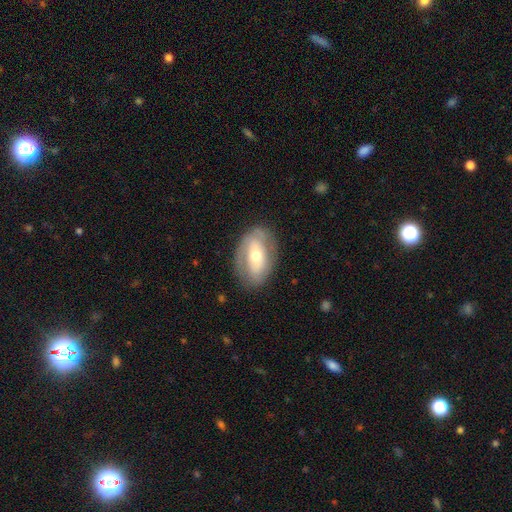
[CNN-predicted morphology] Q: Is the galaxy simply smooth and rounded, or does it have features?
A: featured or disk — 55%.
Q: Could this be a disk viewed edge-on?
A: no — 90%.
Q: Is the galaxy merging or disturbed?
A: none — 77%.